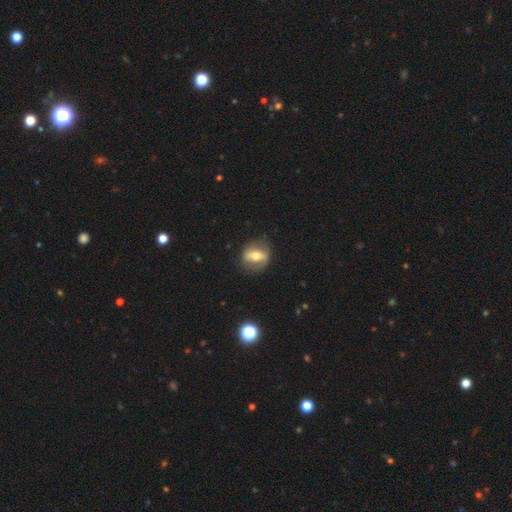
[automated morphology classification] Smooth or featured? featured or disk (59%)
Edge-on disk? no (83%)
Merging? none (77%)